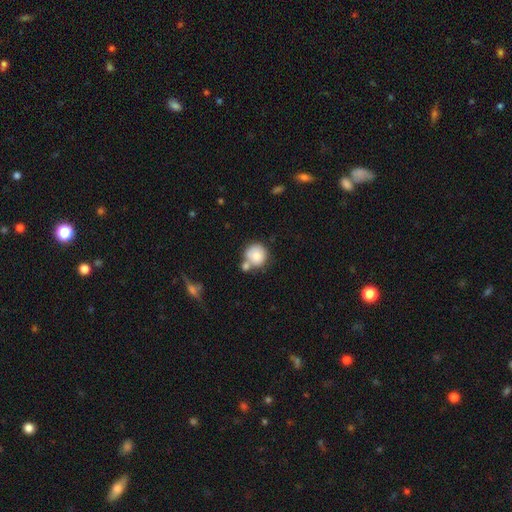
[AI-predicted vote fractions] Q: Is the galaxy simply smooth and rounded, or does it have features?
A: smooth — 80%.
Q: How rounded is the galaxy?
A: round — 91%.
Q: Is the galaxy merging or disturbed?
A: none — 51%.